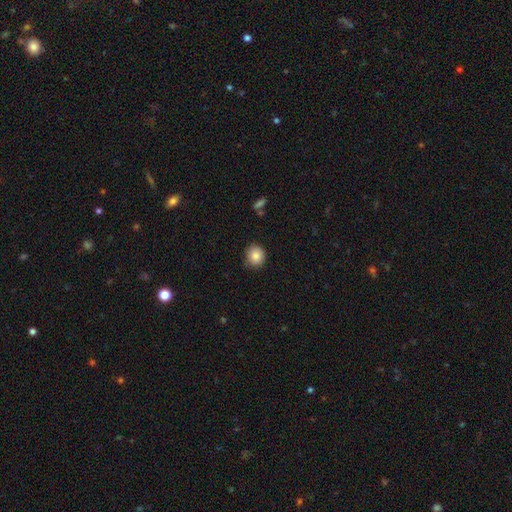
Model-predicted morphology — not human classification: Smooth or featured: smooth — 84% (star or artifact — 9%)
How rounded: round — 85% (in between — 14%)
Merging: none — 79% (minor disturbance — 17%)